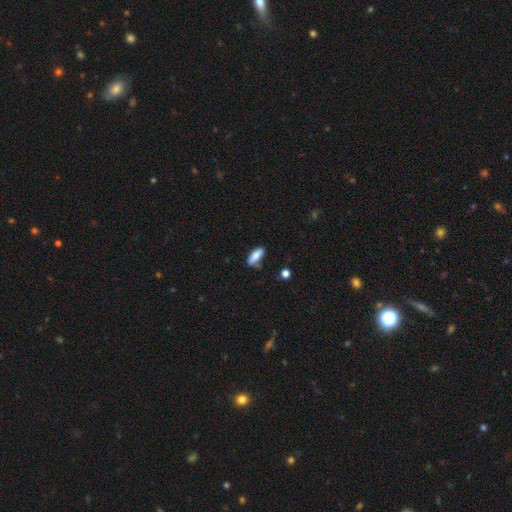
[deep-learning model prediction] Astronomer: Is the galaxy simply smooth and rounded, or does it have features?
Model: smooth — 83%.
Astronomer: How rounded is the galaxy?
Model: in between — 69%.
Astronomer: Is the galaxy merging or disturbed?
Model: none — 65%.